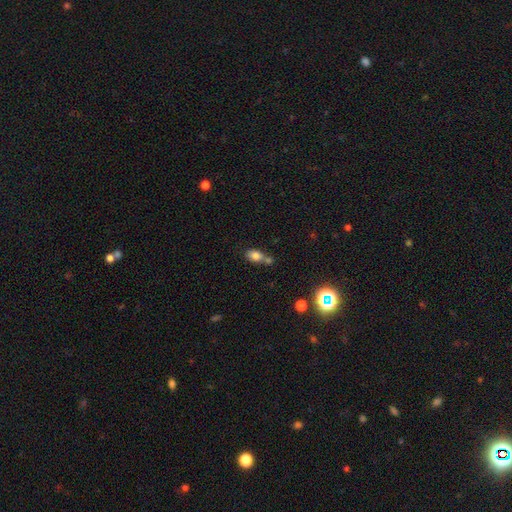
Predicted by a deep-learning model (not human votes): Smooth or featured?
  - smooth: 80% *
  - star or artifact: 11%
  - featured or disk: 9%
How rounded?
  - in between: 80% *
  - round: 17%
  - cigar-shaped: 2%
Merging?
  - none: 44% *
  - merger: 38%
  - minor disturbance: 13%
  - major disturbance: 5%